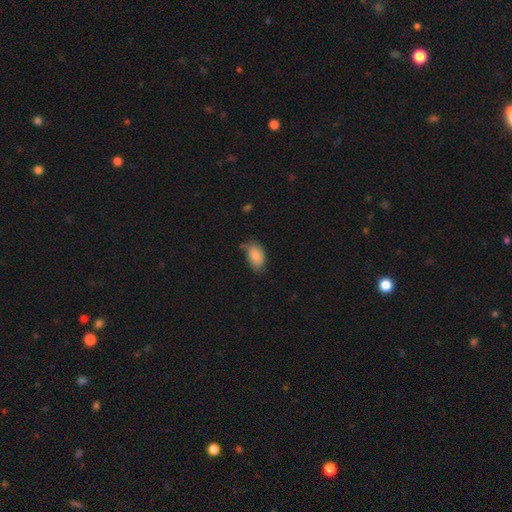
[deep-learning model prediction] Overall: smooth (85%). How rounded: in between (93%). Merging: none (54%; minor disturbance 33%).